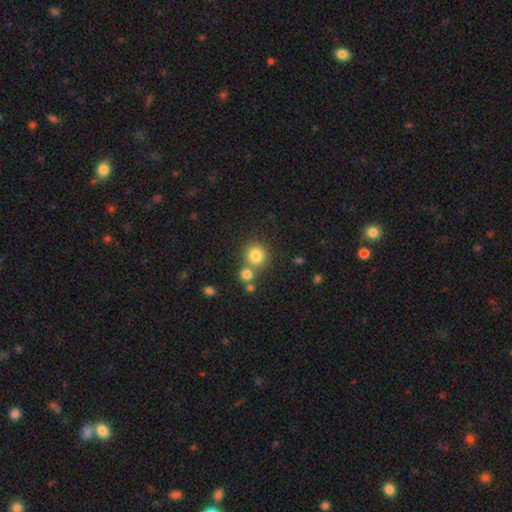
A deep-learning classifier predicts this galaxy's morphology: Smooth or featured? Predicted: smooth (p=0.81). How rounded? Predicted: round (p=0.89). Merging? Predicted: none (p=0.65).